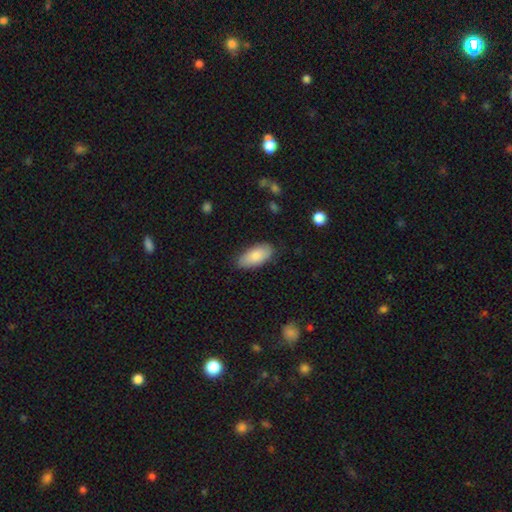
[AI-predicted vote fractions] Smooth or featured? smooth (82%)
How rounded? in between (91%)
Merging? none (81%)